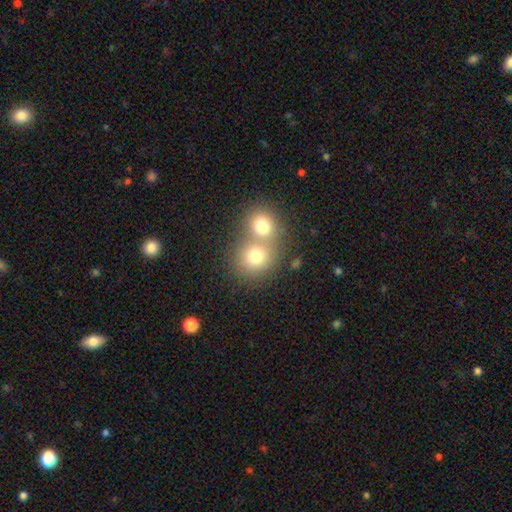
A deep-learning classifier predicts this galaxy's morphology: Q: Smooth or featured?
A: smooth (75%); runner-up: featured or disk (13%)
Q: How rounded?
A: round (80%); runner-up: in between (20%)
Q: Merging?
A: merger (56%); runner-up: none (35%)